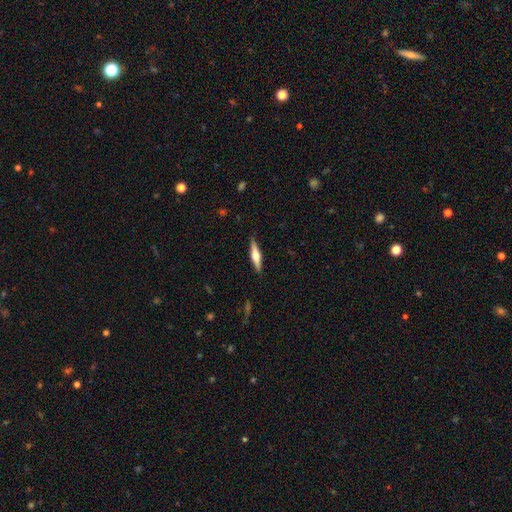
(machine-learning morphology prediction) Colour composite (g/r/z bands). It shows a featured or disk galaxy (57%) viewed edge-on (96%) with a rounded central bulge (92%). Merging: none (90%).